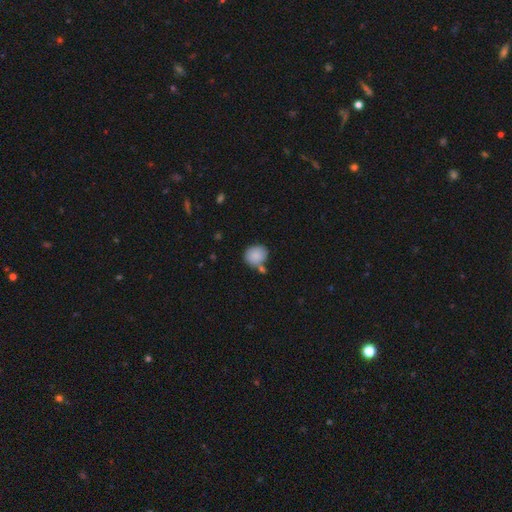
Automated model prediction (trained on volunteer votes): A smooth galaxy with no disk features (87%) that is round (71%). Merging: none (64%).